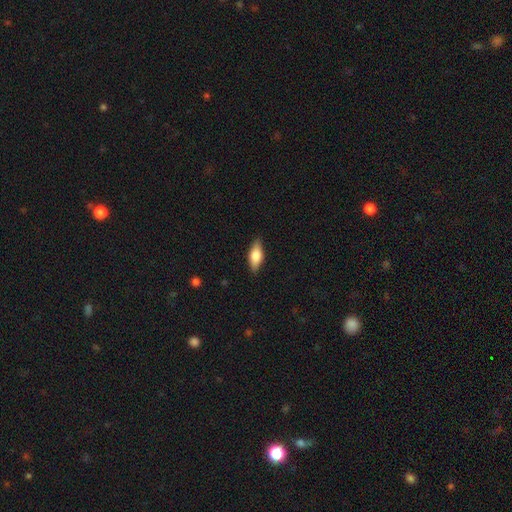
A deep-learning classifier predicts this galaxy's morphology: This appears to be a smooth galaxy with no disk features (67%) that is in between round and cigar-shaped (78%). Merging: none (86%).